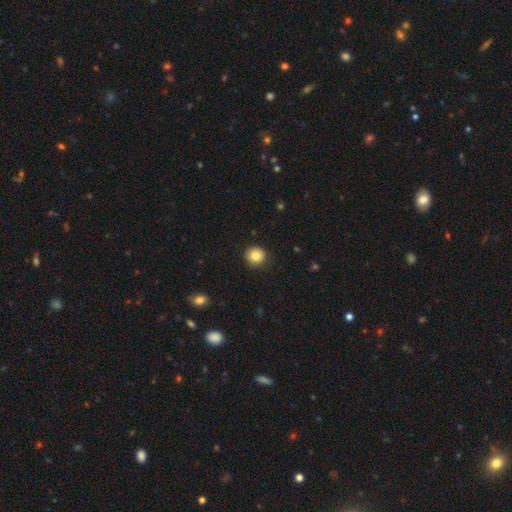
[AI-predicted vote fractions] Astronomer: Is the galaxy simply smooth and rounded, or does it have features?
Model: smooth — 84%.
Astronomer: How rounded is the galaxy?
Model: round — 92%.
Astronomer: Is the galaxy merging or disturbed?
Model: none — 89%.